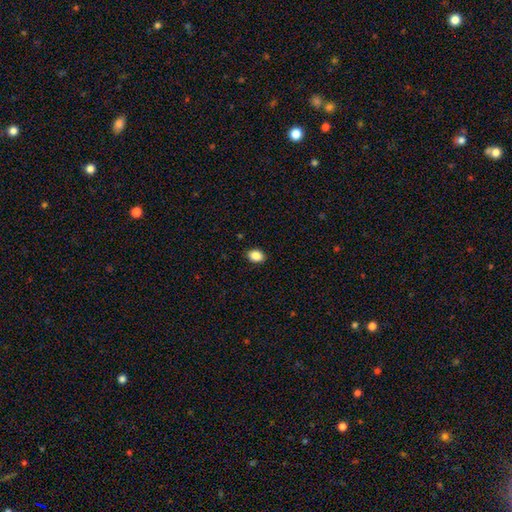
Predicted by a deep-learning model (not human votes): smooth-or-featured: smooth: 88% | star or artifact: 9% | featured or disk: 3%
  how-rounded: in between: 70% | round: 29% | cigar-shaped: 1%
  merging: none: 89% | minor disturbance: 8% | major disturbance: 2% | merger: 1%